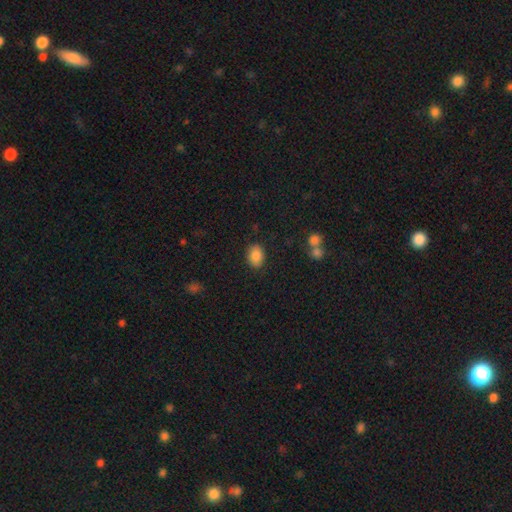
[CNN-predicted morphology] A smooth galaxy with no disk features (85%) that is in between round and cigar-shaped (72%).

Vote fractions:
- Smooth or featured? smooth: 85% / star or artifact: 8% / featured or disk: 7%
- How rounded? in between: 72% / round: 27% / cigar-shaped: 1%
- Merging? none: 86% / minor disturbance: 10% / major disturbance: 3% / merger: 2%